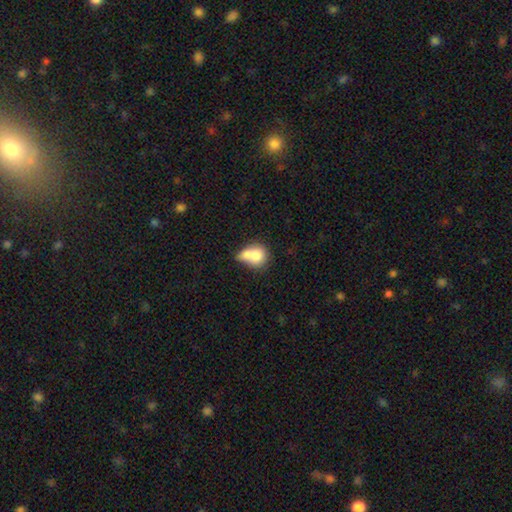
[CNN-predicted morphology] A smooth galaxy with no disk features (73%) that is round (62%). Merging: merger (62%).